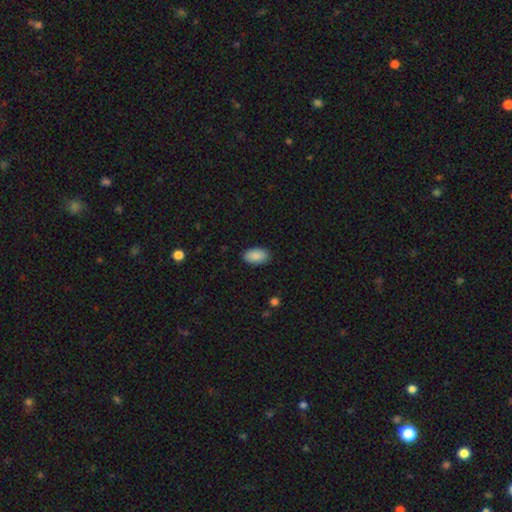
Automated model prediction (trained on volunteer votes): A smooth galaxy with no disk features (89%) that is in between round and cigar-shaped (94%).

Vote fractions:
- Smooth or featured? smooth: 89% / star or artifact: 7% / featured or disk: 5%
- How rounded? in between: 94% / round: 4% / cigar-shaped: 2%
- Merging? none: 87% / minor disturbance: 10% / major disturbance: 2% / merger: 1%